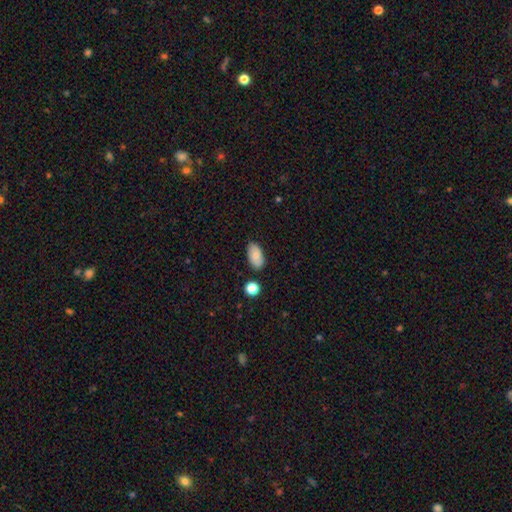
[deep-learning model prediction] Smooth or featured? Predicted: smooth (p=0.81). How rounded? Predicted: in between (p=0.94). Merging? Predicted: none (p=0.83).